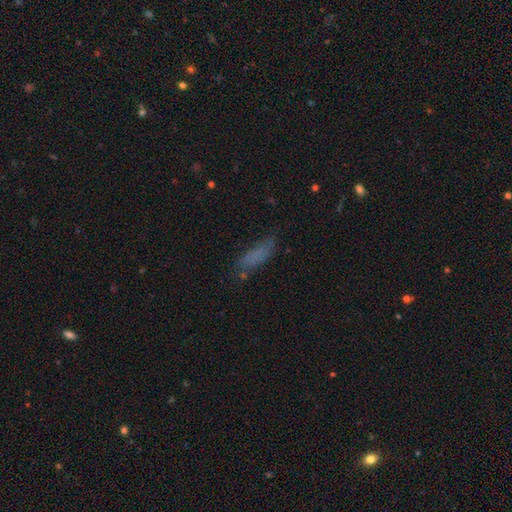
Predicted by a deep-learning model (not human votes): A smooth galaxy with no disk features (70%) that is in between round and cigar-shaped (50%). Merging: none (61%).